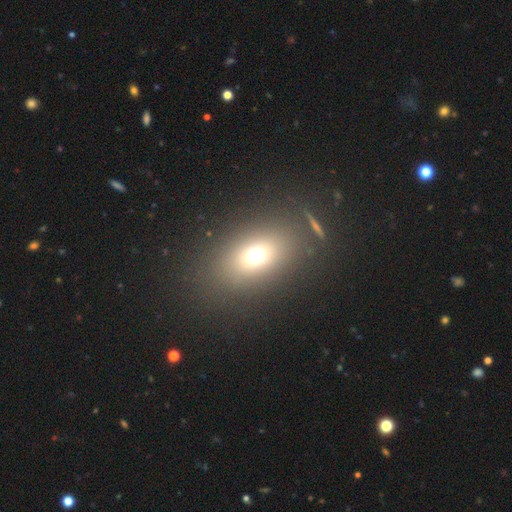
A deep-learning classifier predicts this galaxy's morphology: Smooth or featured? smooth (67%)
How rounded? in between (61%)
Merging? none (80%)